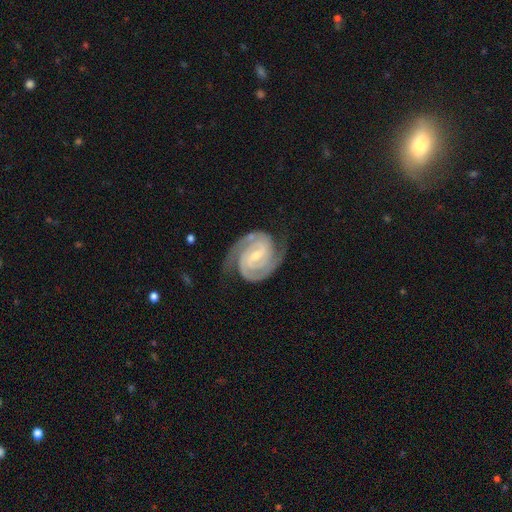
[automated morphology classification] Q: Smooth or featured?
A: featured or disk (93%); runner-up: star or artifact (4%)
Q: Edge-on disk?
A: no (98%); runner-up: yes (2%)
Q: Bar?
A: weak (46%); runner-up: strong (33%)
Q: Spiral arms?
A: yes (99%); runner-up: no (1%)
Q: Spiral winding?
A: tight (69%); runner-up: medium (27%)
Q: Spiral arm count?
A: 2 (89%); runner-up: 3 (4%)
Q: Bulge size?
A: small (59%); runner-up: moderate (37%)
Q: Merging?
A: none (80%); runner-up: minor disturbance (14%)